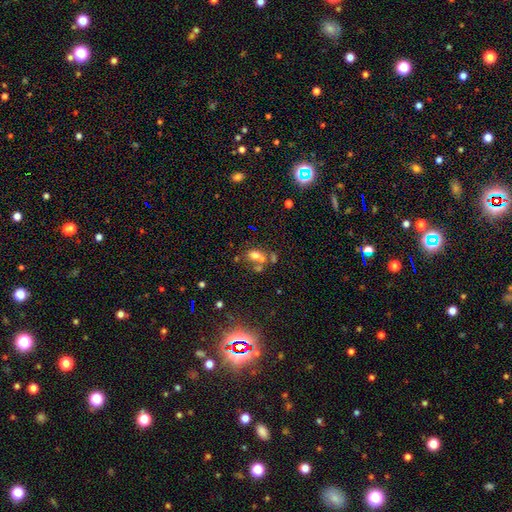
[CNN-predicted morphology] Smooth or featured: smooth — 65% (featured or disk — 18%)
How rounded: in between — 73% (round — 24%)
Merging: none — 40% (merger — 38%)